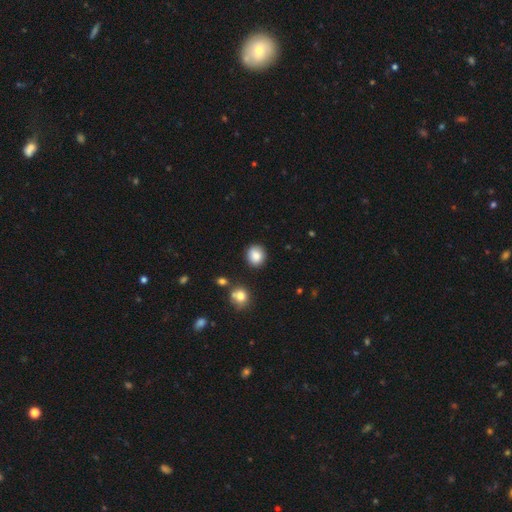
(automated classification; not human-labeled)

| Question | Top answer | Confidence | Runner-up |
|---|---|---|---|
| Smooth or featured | smooth | 85% | star or artifact (9%) |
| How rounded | round | 79% | in between (20%) |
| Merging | none | 86% | minor disturbance (9%) |